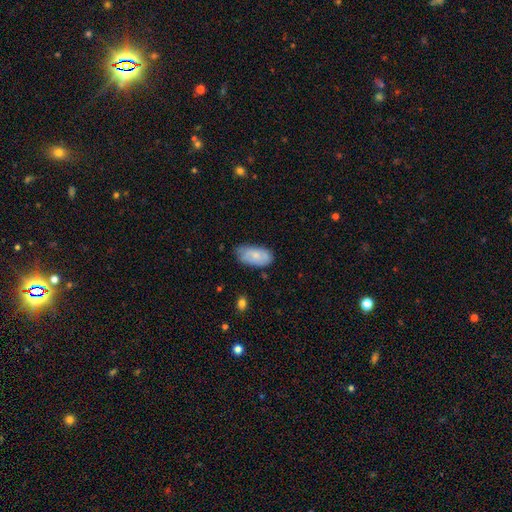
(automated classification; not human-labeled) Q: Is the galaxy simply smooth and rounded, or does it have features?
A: smooth — 70%.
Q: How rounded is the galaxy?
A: in between — 94%.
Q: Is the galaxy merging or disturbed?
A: none — 63%.